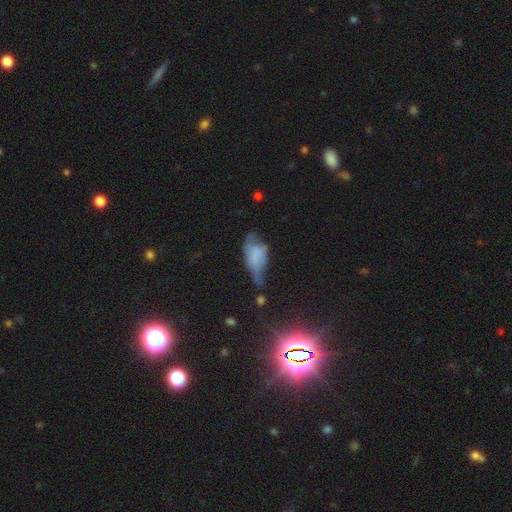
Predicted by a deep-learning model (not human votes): Q: Smooth or featured?
A: smooth (51%); runner-up: featured or disk (36%)
Q: How rounded?
A: in between (84%); runner-up: cigar-shaped (10%)
Q: Merging?
A: major disturbance (38%); runner-up: minor disturbance (33%)